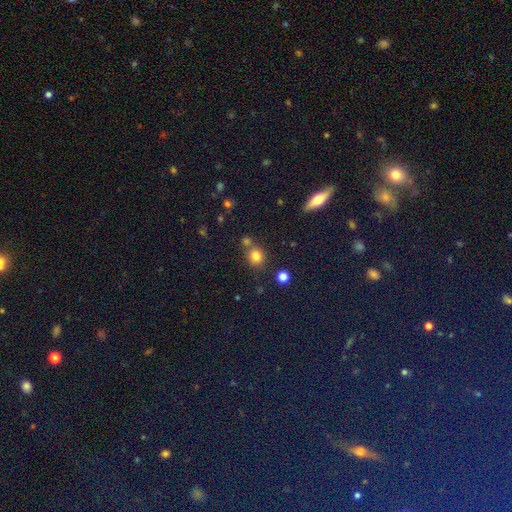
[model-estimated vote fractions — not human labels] smooth-or-featured: smooth: 67% | star or artifact: 22% | featured or disk: 11%
  how-rounded: round: 85% | in between: 13% | cigar-shaped: 2%
  merging: none: 71% | merger: 17% | minor disturbance: 9% | major disturbance: 3%